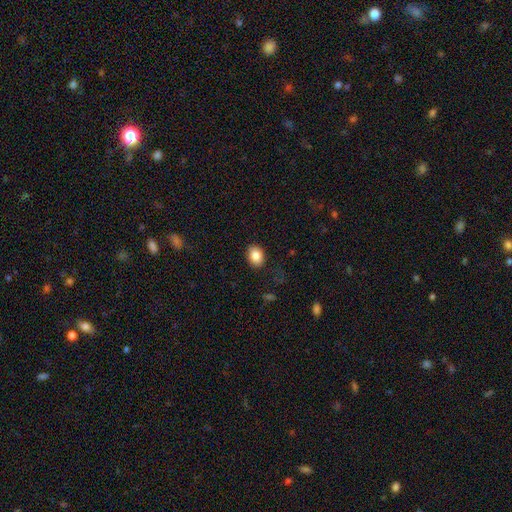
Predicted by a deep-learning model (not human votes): smooth 85%, star or artifact 9%, featured or disk 6%. Down the decision tree: how rounded — in between (63%); merging — none (87%).